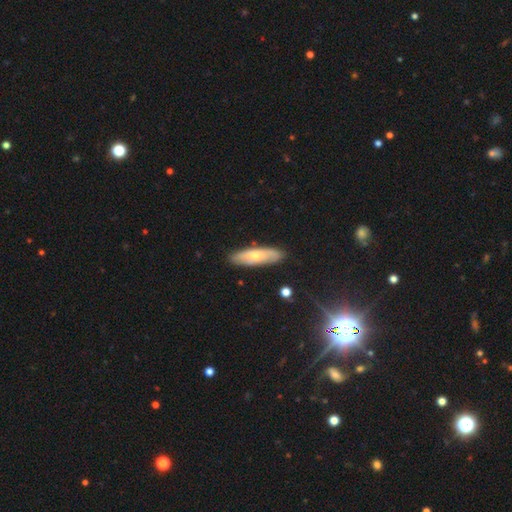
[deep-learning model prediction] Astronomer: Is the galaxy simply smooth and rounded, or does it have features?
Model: smooth — 59% (runner-up: featured or disk, 35%).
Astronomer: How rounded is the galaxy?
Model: cigar-shaped — 53% (runner-up: in between, 45%).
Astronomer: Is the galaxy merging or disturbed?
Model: none — 85%.